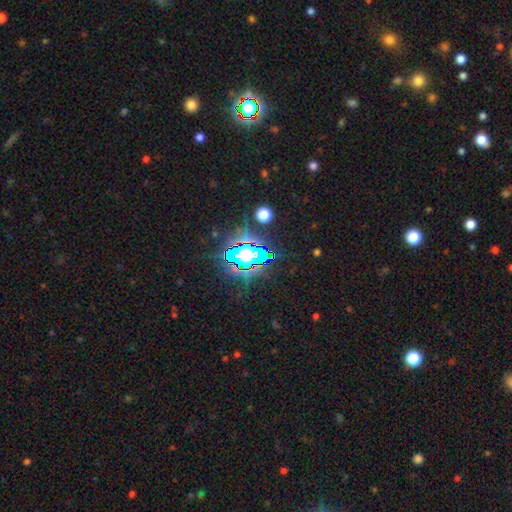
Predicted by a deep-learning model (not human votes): Smooth or featured? Predicted: star or artifact (p=0.82).